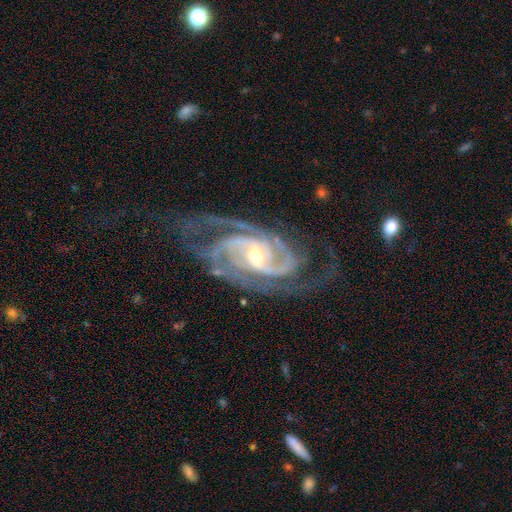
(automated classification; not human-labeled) Morphology: type=featured or disk (93%); edge-on=no (97%); bar=no (44%); spiral arms=yes (99%); winding=tight (59%); arm count=2 (42%); bulge=moderate (49%); merging=none (67%).